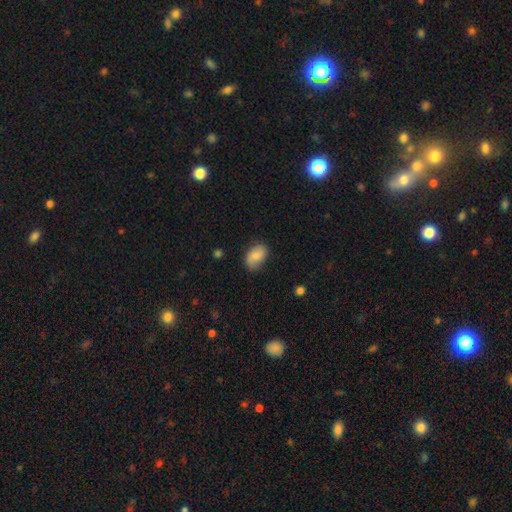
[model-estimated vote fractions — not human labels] A smooth galaxy with no disk features (80%) that is in between round and cigar-shaped (88%).

Vote fractions:
- Smooth or featured? smooth: 80% / featured or disk: 13% / star or artifact: 7%
- How rounded? in between: 88% / round: 11% / cigar-shaped: 1%
- Merging? none: 75% / minor disturbance: 19% / major disturbance: 4% / merger: 1%